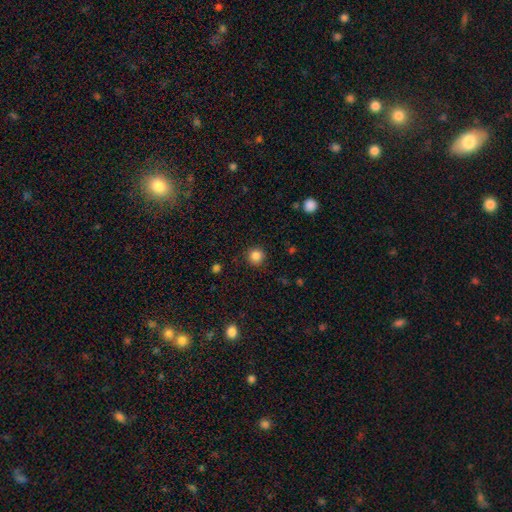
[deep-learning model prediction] Smooth or featured: smooth — 85% (star or artifact — 11%)
How rounded: round — 94% (in between — 5%)
Merging: none — 90% (minor disturbance — 7%)